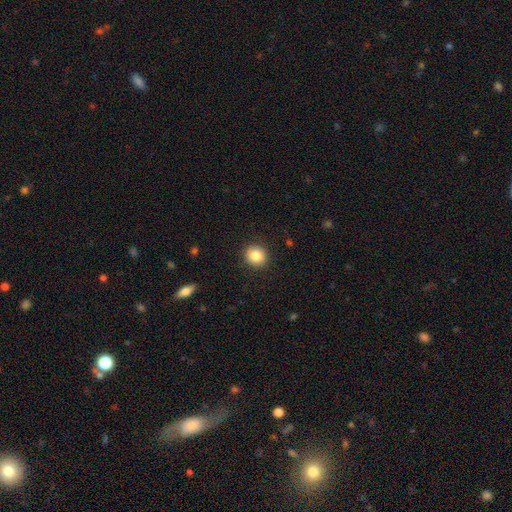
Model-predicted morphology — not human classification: smooth-or-featured: smooth: 85% | star or artifact: 9% | featured or disk: 7%
  how-rounded: round: 86% | in between: 13% | cigar-shaped: 1%
  merging: none: 90% | minor disturbance: 7% | major disturbance: 2% | merger: 1%